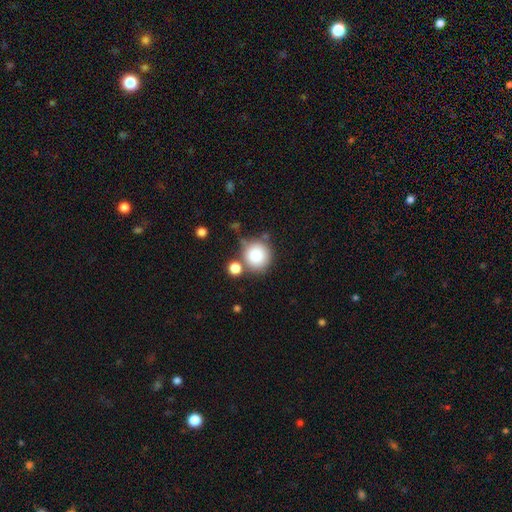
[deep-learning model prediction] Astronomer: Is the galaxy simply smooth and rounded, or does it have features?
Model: smooth — 82%.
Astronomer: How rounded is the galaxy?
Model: round — 92%.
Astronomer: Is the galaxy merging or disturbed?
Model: none — 64%.